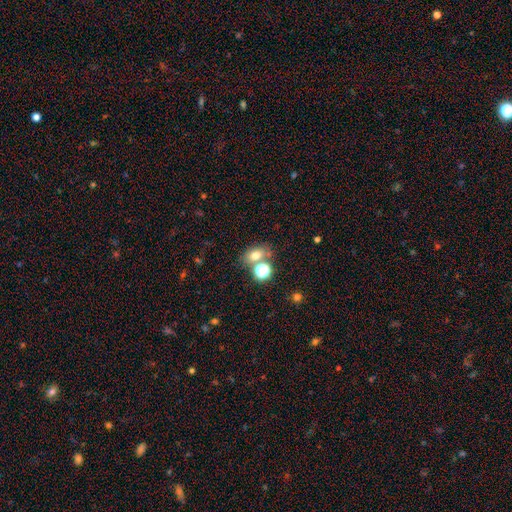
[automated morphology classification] smooth_or_featured: smooth (p=0.71) [alt: star or artifact p=0.17]
how_rounded: in between (p=0.62) [alt: round p=0.37]
merging: none (p=0.61) [alt: merger p=0.24]